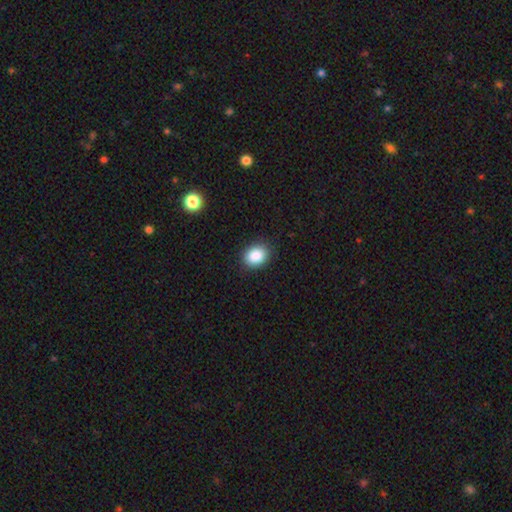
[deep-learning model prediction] Smooth or featured: smooth — 88% (star or artifact — 8%)
How rounded: in between — 56% (round — 43%)
Merging: none — 88% (minor disturbance — 9%)